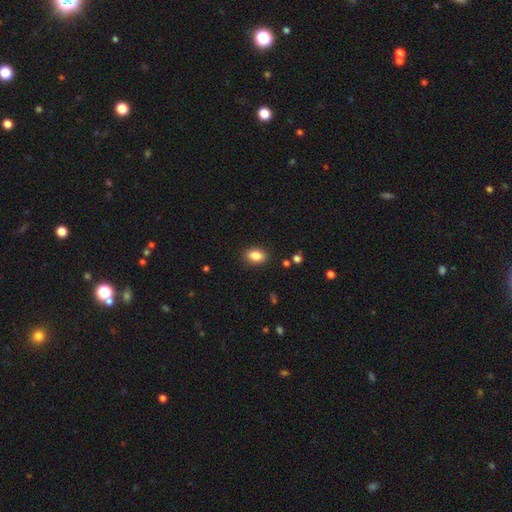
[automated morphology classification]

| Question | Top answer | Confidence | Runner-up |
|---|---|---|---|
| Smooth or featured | smooth | 86% | star or artifact (8%) |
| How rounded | in between | 86% | round (11%) |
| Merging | none | 88% | minor disturbance (9%) |